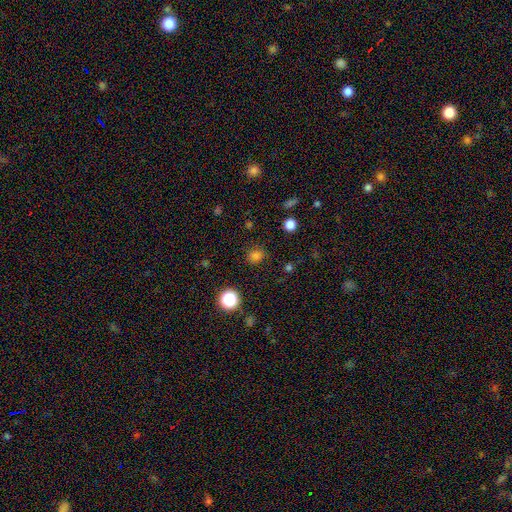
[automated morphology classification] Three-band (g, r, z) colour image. It shows a smooth galaxy with no disk features (77%) that is round (85%). Merging: none (86%).